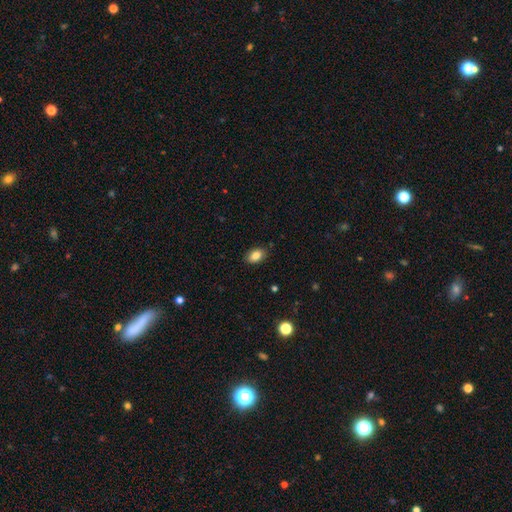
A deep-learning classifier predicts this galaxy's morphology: This is clearly a smooth galaxy (85%). How rounded: clearly in between (85%). Merging: clearly none (87%).